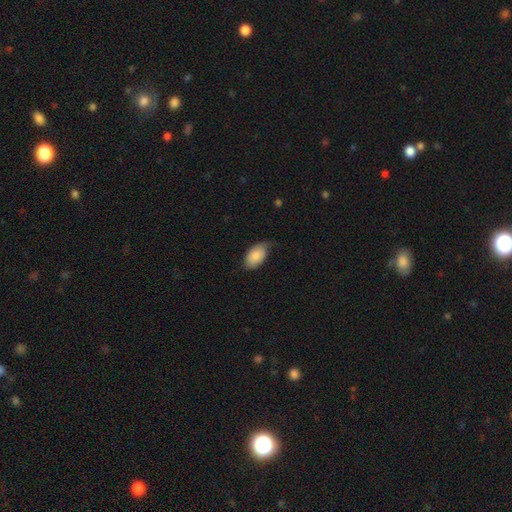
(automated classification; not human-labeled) The model was most divided on "merging": none: 50%, minor disturbance: 39%, major disturbance: 10%, merger: 2%. More confident: how rounded — in between (94%); smooth or featured — smooth (82%).